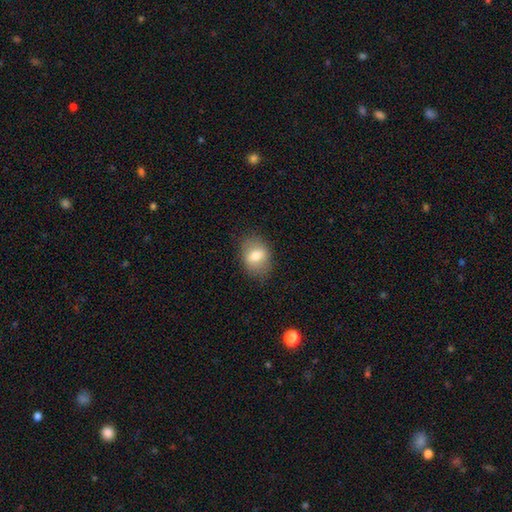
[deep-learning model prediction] A smooth galaxy with no disk features (71%) that is in between round and cigar-shaped (67%). Merging: none (82%).